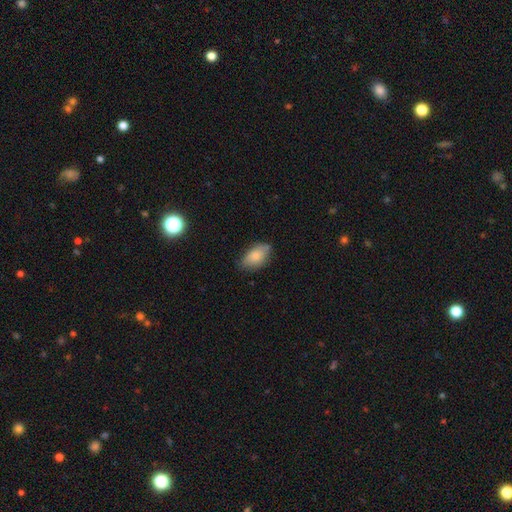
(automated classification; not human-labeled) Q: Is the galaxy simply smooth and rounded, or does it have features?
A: smooth — 82%.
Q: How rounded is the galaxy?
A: in between — 93%.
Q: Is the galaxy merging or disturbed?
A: none — 69%.